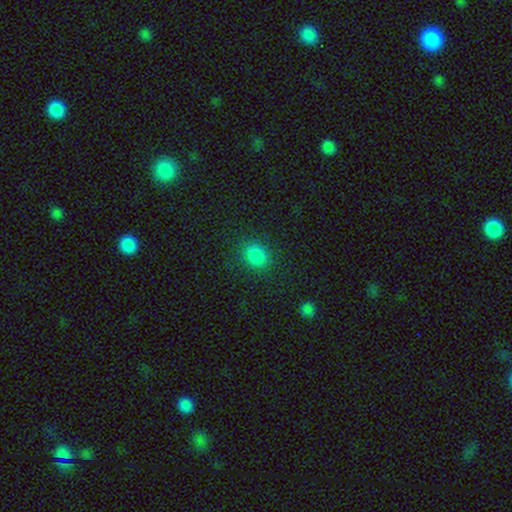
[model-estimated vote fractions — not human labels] Smooth or featured? smooth (83%)
How rounded? round (60%)
Merging? none (86%)